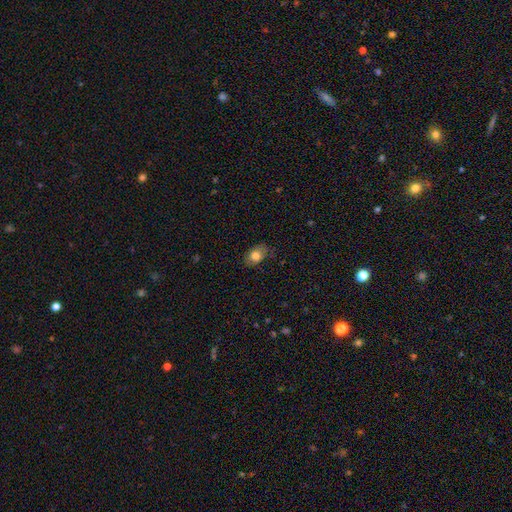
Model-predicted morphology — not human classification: Smooth or featured?
  - smooth: 80% *
  - featured or disk: 11%
  - star or artifact: 9%
How rounded?
  - in between: 78% *
  - round: 20%
  - cigar-shaped: 2%
Merging?
  - none: 73% *
  - minor disturbance: 21%
  - major disturbance: 5%
  - merger: 1%